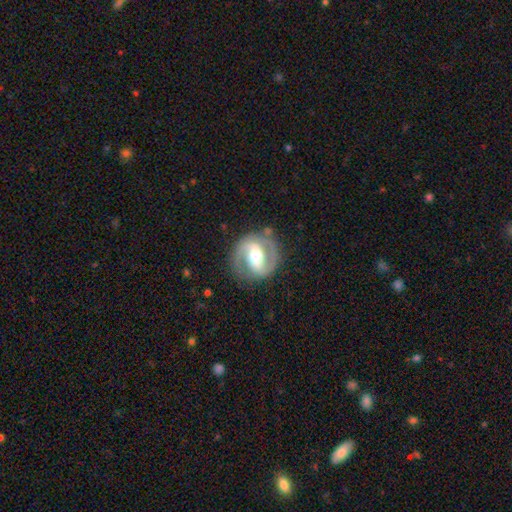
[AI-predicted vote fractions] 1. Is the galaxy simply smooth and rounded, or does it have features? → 82% featured or disk, 13% smooth, 5% star or artifact.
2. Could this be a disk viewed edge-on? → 97% no, 3% yes.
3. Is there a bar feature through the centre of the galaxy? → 41% strong, 36% weak, 23% no.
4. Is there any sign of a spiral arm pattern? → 88% yes, 12% no.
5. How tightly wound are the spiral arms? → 51% medium, 33% tight, 16% loose.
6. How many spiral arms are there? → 89% 2, 5% can't tell, 3% 1, 1% 3, 1% 4, 1% more than 4.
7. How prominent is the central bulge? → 71% moderate, 14% large, 13% small, 1% dominant, 1% none.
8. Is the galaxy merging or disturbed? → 81% none, 12% minor disturbance, 5% major disturbance, 2% merger.